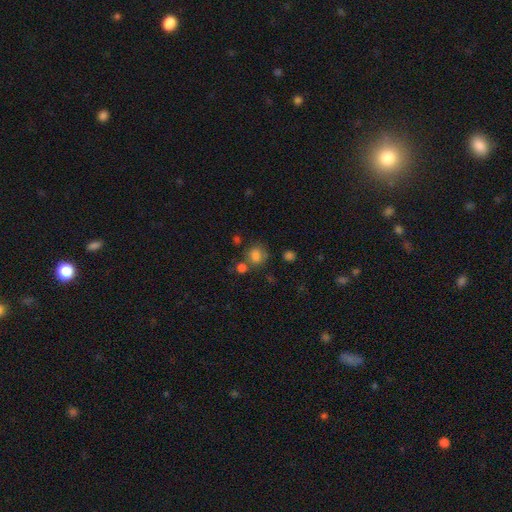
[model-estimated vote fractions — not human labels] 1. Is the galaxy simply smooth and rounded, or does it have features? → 78% smooth, 13% star or artifact, 9% featured or disk.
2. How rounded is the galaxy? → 61% round, 38% in between, 1% cigar-shaped.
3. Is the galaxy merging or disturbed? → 58% none, 17% minor disturbance, 17% merger, 7% major disturbance.